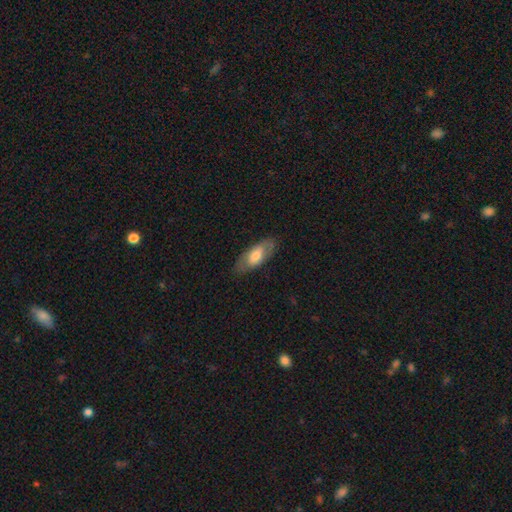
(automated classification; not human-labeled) Smooth or featured?
  - smooth: 57% *
  - featured or disk: 38%
  - star or artifact: 6%
How rounded?
  - in between: 84% *
  - cigar-shaped: 13%
  - round: 3%
Merging?
  - none: 80% *
  - minor disturbance: 14%
  - major disturbance: 4%
  - merger: 1%